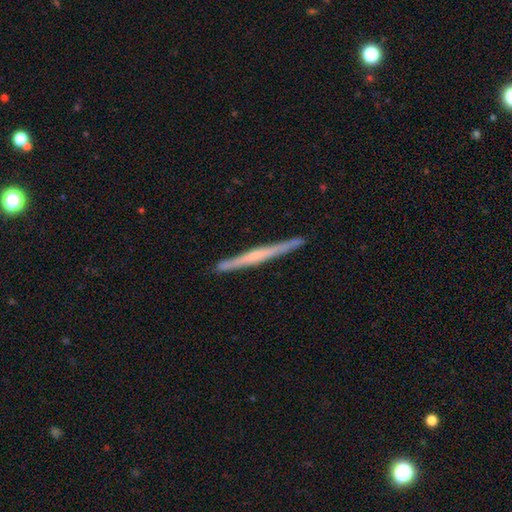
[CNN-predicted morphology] type=featured or disk (64%); edge-on=yes (98%); edge-on bulge=none (58%); merging=none (90%).